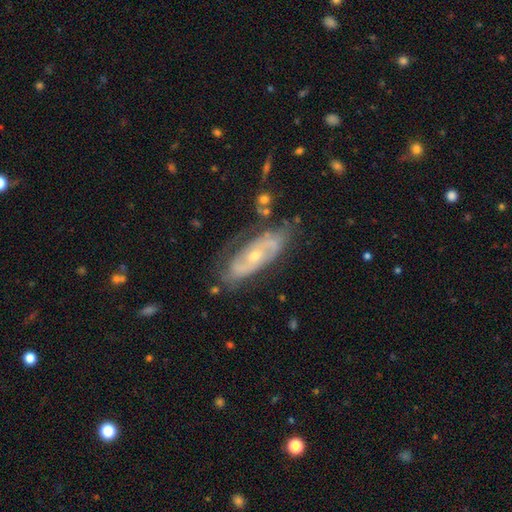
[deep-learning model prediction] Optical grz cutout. It shows a featured or disk galaxy (76%) with no bar (70%), 2 (56%) tight (52%) spiral arms (77%) and a small central bulge (56%). Merging: none (69%).